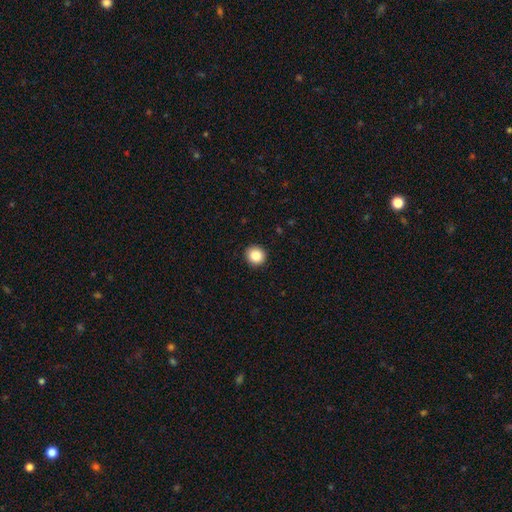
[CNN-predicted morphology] Q: Smooth or featured?
A: smooth (87%); runner-up: star or artifact (9%)
Q: How rounded?
A: round (93%); runner-up: in between (6%)
Q: Merging?
A: none (93%); runner-up: minor disturbance (5%)